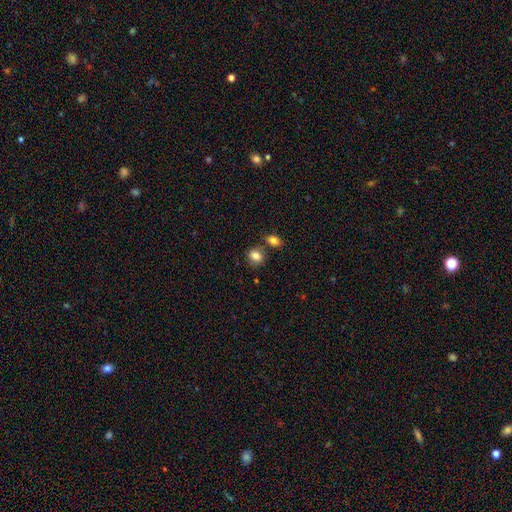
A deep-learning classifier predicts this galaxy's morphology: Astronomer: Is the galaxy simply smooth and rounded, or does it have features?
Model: smooth — 83%.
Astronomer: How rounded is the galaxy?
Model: round — 53% (runner-up: in between, 46%).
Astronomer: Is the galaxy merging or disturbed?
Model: none — 65%.